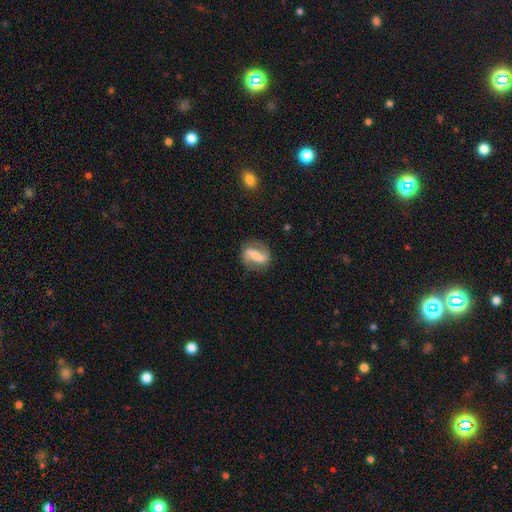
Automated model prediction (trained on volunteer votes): Smooth or featured? Predicted: featured or disk (p=0.72). Edge-on disk? Predicted: no (p=0.95). Bar? Predicted: strong (p=0.58). Spiral arms? Predicted: yes (p=0.89). Spiral winding? Predicted: medium (p=0.41). Spiral arm count? Predicted: 2 (p=0.88). Bulge size? Predicted: small (p=0.39). Merging? Predicted: none (p=0.79).